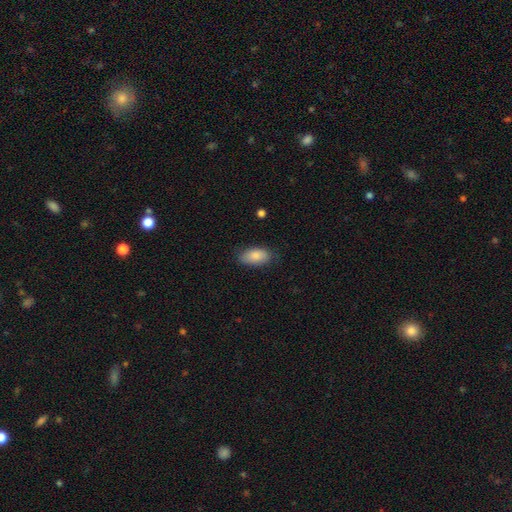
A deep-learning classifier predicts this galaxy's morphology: Overall: smooth (85%). How rounded: in between (93%). Merging: none (80%).